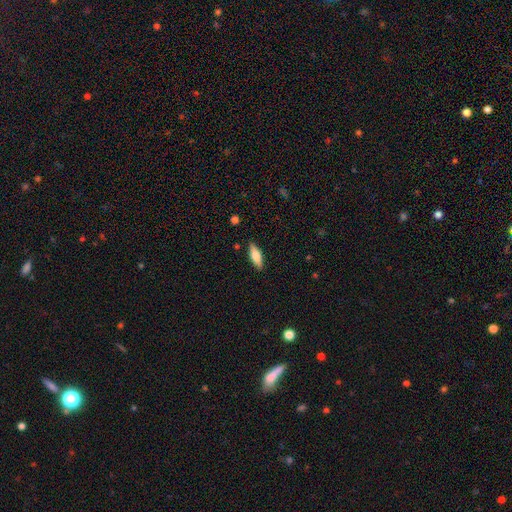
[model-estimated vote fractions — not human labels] This appears to be a smooth galaxy with no disk features (63%) that is in between round and cigar-shaped (58%). Merging: none (88%).